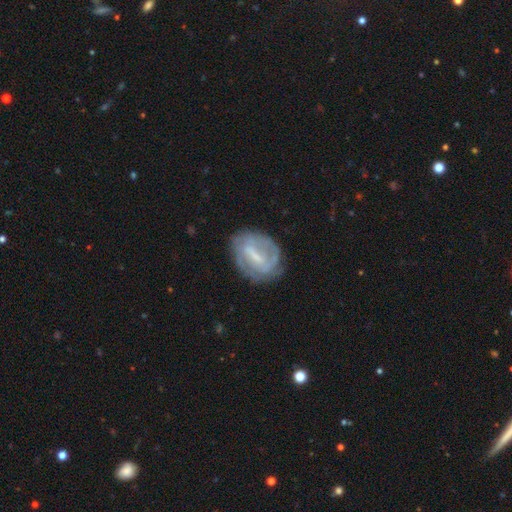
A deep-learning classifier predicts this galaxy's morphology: Overall: featured or disk (71%). Edge-on disk: no (95%). Bar: strong (47%; weak 42%). Spiral arms: yes (71%). Bulge size: small (47%; moderate 28%). Merging: none (70%).